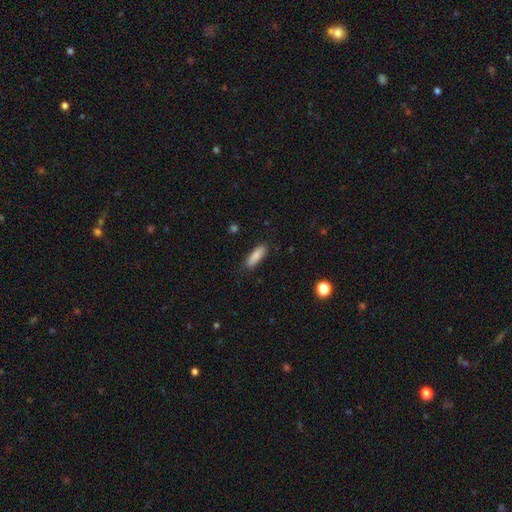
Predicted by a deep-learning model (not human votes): Smooth or featured: smooth — 86% (featured or disk — 7%)
How rounded: in between — 51% (cigar-shaped — 47%)
Merging: none — 85% (minor disturbance — 11%)